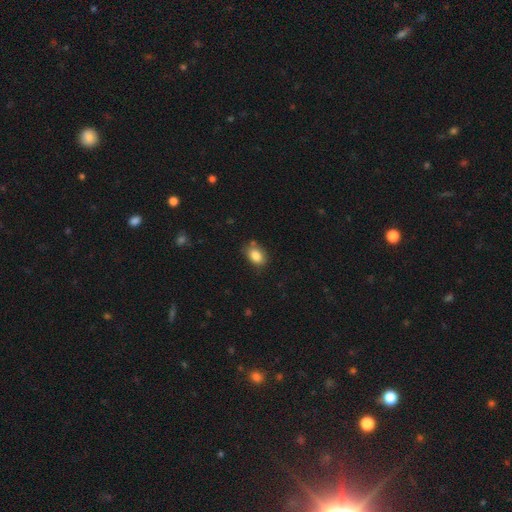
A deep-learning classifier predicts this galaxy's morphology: Smooth or featured? smooth (85%)
How rounded? in between (79%)
Merging? none (72%)